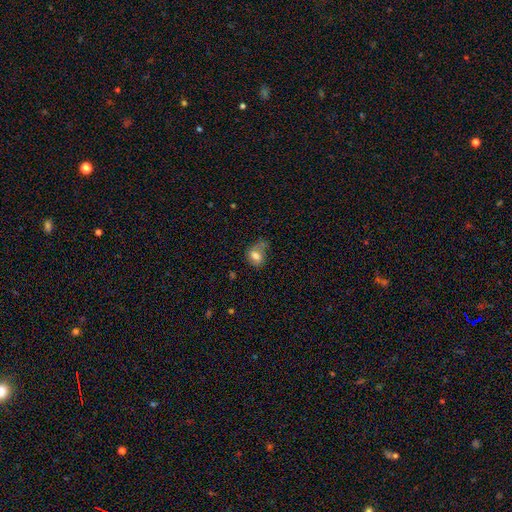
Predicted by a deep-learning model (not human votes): This is likely a smooth galaxy (70%). How rounded: likely in between (64%). Merging: marginally none (36%).